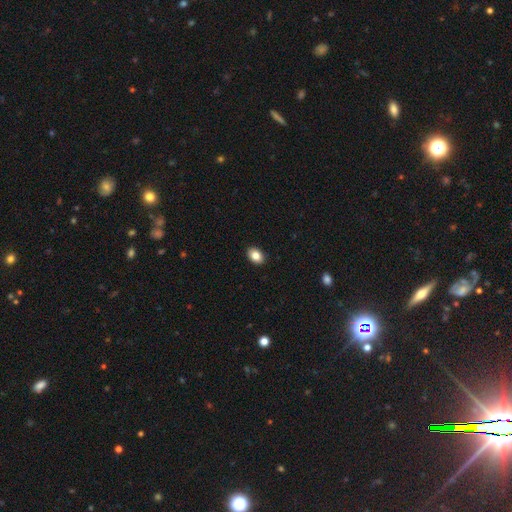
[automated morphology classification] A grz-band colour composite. It shows a smooth galaxy with no disk features (85%) that is in between round and cigar-shaped (76%). Merging: none (91%).